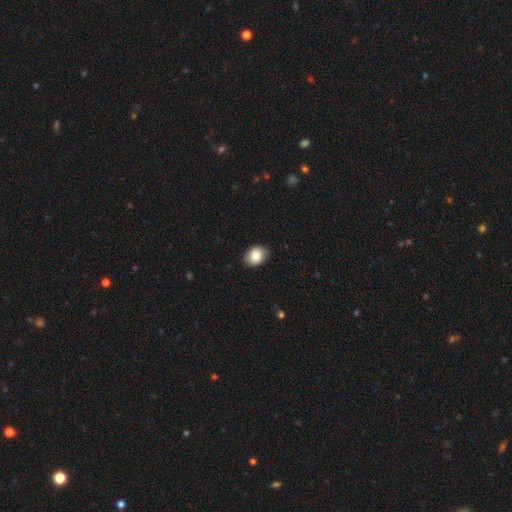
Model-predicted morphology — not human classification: smooth 84%, featured or disk 9%, star or artifact 7%. Down the decision tree: how rounded — in between (71%); merging — none (85%).